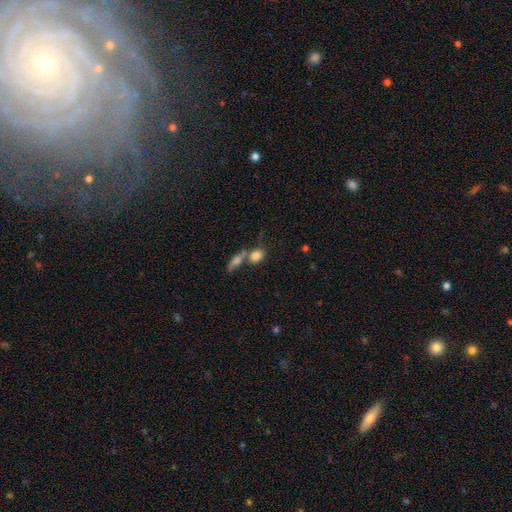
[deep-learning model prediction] Overall: smooth (80%). How rounded: round (50%; in between 45%). Merging: none (43%; merger 41%).